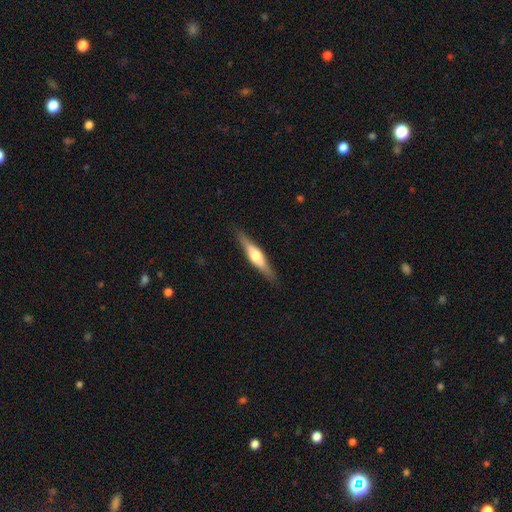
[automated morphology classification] The model was most divided on "smooth or featured": featured or disk: 61%, smooth: 34%, star or artifact: 5%. More confident: edge-on disk — yes (96%); edge-on bulge — rounded (89%); merging — none (89%).